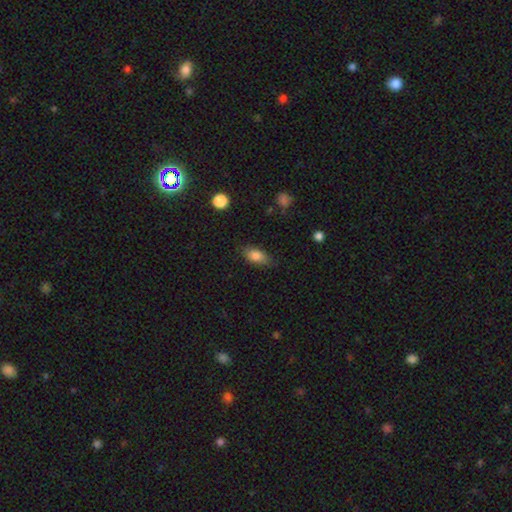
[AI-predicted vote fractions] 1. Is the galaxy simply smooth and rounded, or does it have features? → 81% smooth, 10% featured or disk, 8% star or artifact.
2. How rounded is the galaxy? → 87% in between, 7% cigar-shaped, 6% round.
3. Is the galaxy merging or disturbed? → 76% none, 19% minor disturbance, 4% major disturbance, 1% merger.